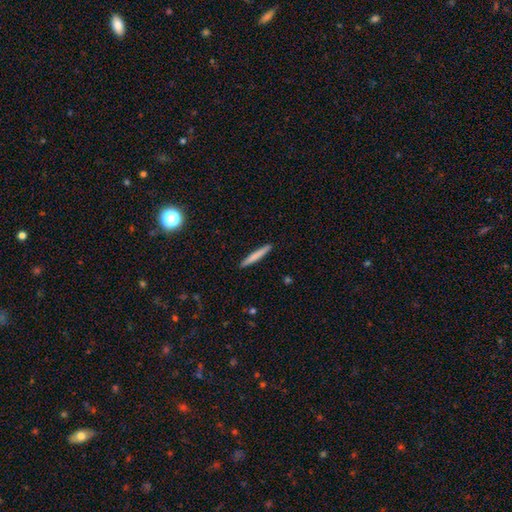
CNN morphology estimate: This appears to be a smooth galaxy with no disk features (76%) that is cigar-shaped (96%). Merging: none (92%).